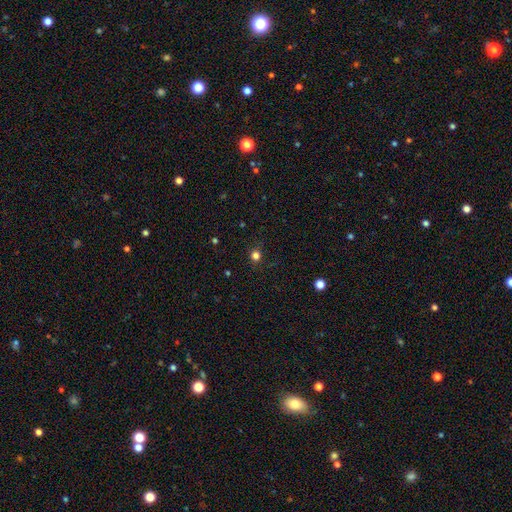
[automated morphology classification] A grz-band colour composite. It shows a smooth galaxy with no disk features (77%) that is round (92%). Merging: none (88%).